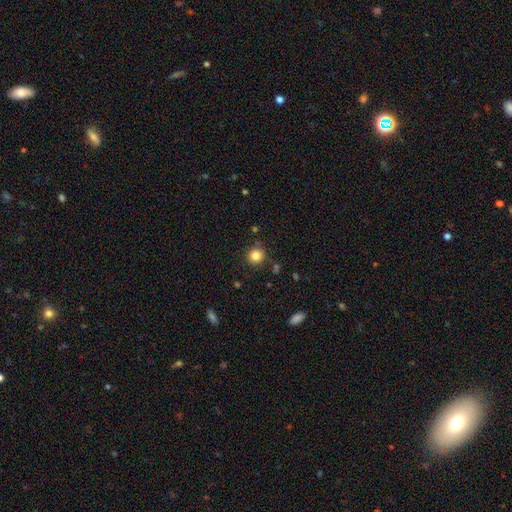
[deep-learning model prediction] Smooth or featured? smooth (83%)
How rounded? round (91%)
Merging? none (85%)